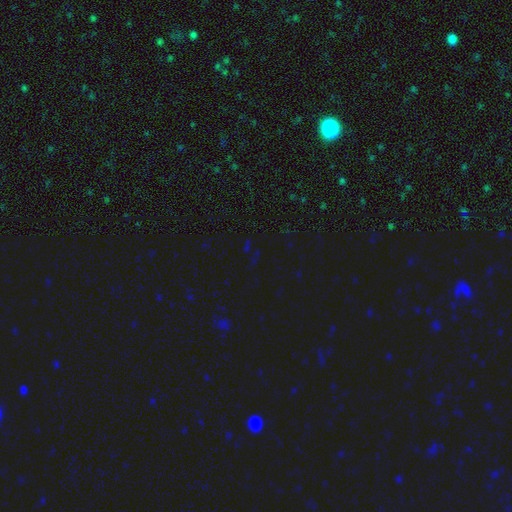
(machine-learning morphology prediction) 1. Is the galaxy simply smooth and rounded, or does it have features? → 75% star or artifact, 16% smooth, 9% featured or disk.